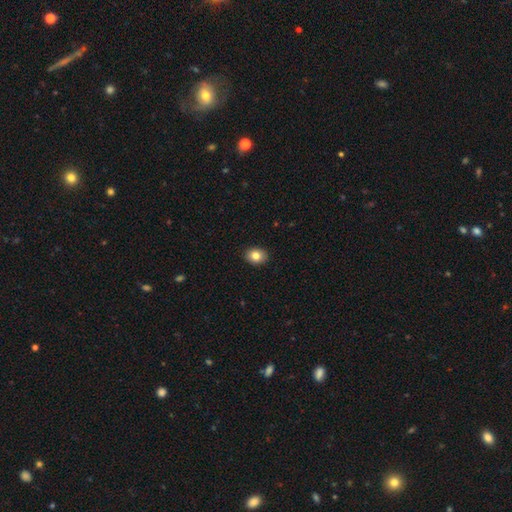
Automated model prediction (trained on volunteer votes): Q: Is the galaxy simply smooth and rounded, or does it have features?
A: smooth — 83%.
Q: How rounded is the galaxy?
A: in between — 51%.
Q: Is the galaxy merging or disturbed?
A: none — 91%.